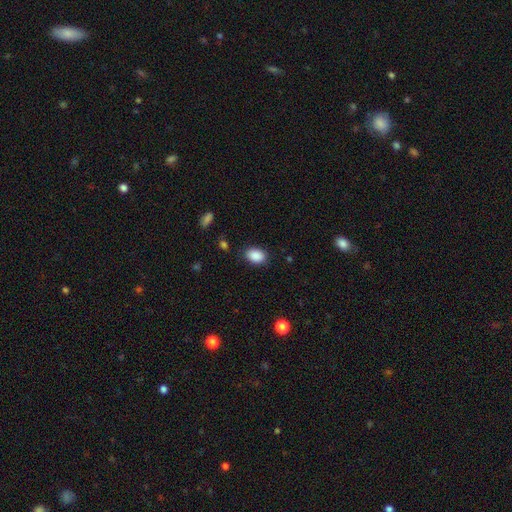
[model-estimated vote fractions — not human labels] Smooth or featured? smooth (89%)
How rounded? in between (82%)
Merging? none (85%)